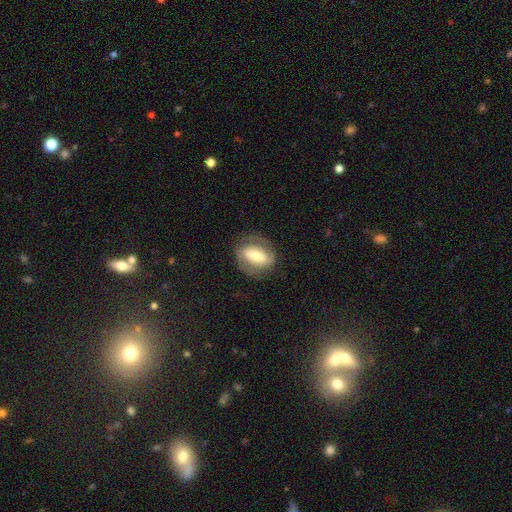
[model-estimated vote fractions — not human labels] This is possibly a featured or disk galaxy (51%). It is clearly not viewed edge-on (89%). Merging: likely none (74%).